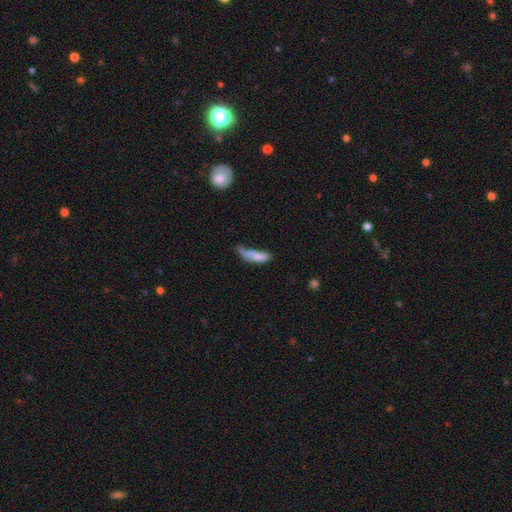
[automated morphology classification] Smooth or featured: smooth — 71% (featured or disk — 20%)
How rounded: in between — 51% (cigar-shaped — 46%)
Merging: none — 26% (minor disturbance — 25%)